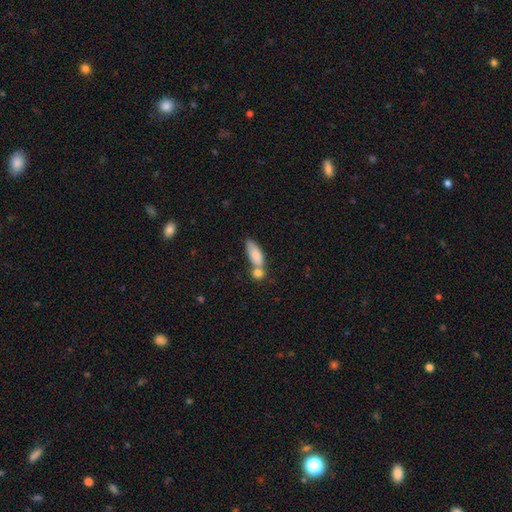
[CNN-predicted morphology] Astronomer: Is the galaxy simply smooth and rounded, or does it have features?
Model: smooth — 82%.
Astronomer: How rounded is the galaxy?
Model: in between — 72%.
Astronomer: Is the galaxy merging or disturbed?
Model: merger — 41% (runner-up: none, 40%).